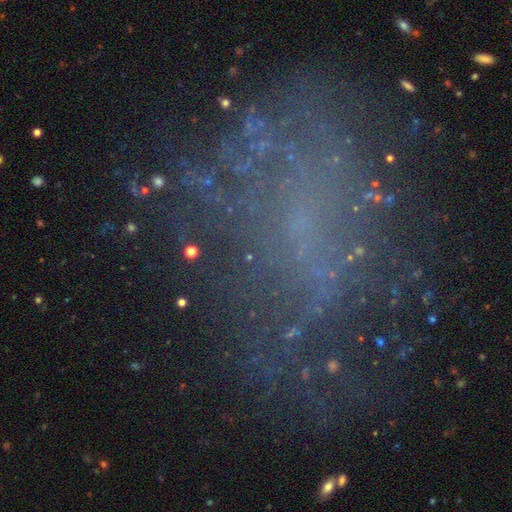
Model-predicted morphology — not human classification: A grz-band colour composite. It shows a featured or disk galaxy (44%). Merging: none (53%).